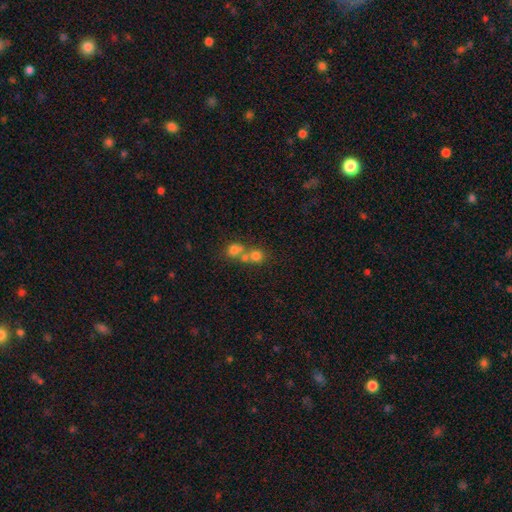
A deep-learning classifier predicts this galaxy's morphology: This appears to be a smooth galaxy with no disk features (71%) that is round (82%). Merging: merger (50%).